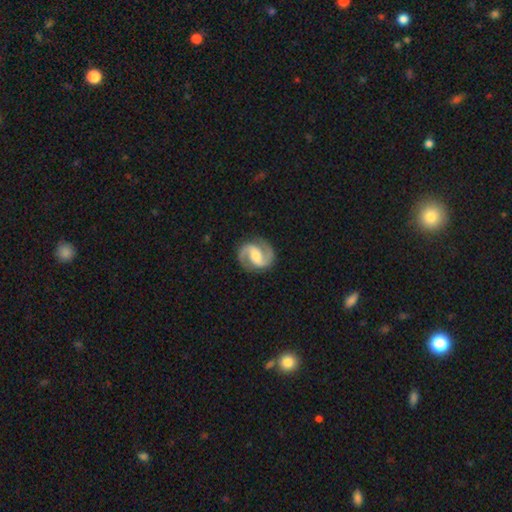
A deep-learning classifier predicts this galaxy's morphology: Smooth or featured? featured or disk (92%)
Edge-on disk? no (98%)
Bar? weak (44%)
Spiral arms? yes (98%)
Spiral winding? medium (61%)
Spiral arm count? 2 (94%)
Bulge size? moderate (57%)
Merging? none (87%)